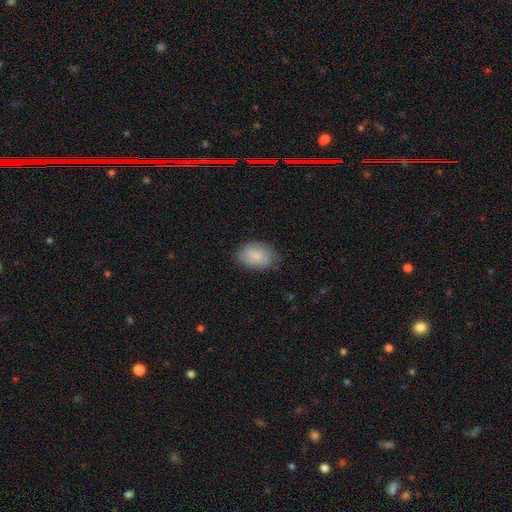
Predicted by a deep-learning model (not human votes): This is clearly a smooth galaxy (80%). How rounded: clearly in between (82%). Merging: likely none (77%).